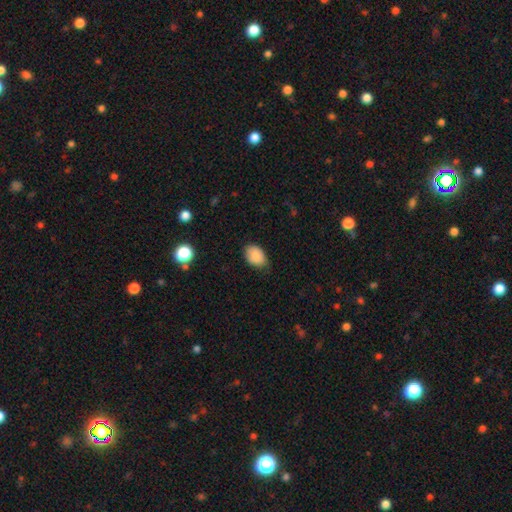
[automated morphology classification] This appears to be a smooth galaxy with no disk features (88%) that is in between round and cigar-shaped (82%). Merging: none (72%).